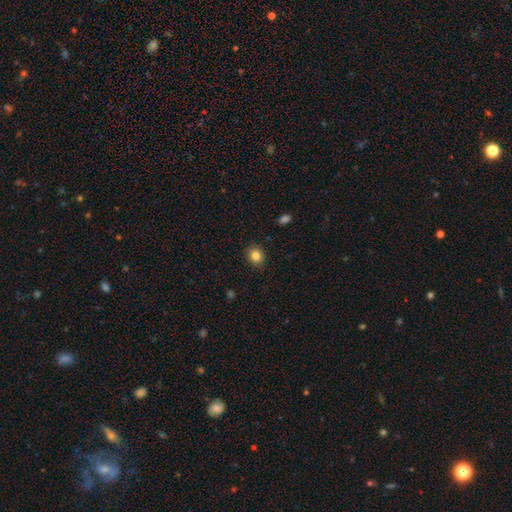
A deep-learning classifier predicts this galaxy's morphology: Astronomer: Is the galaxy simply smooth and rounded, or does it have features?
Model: smooth — 84%.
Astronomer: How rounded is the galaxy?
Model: round — 72%.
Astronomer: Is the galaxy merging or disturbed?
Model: none — 88%.